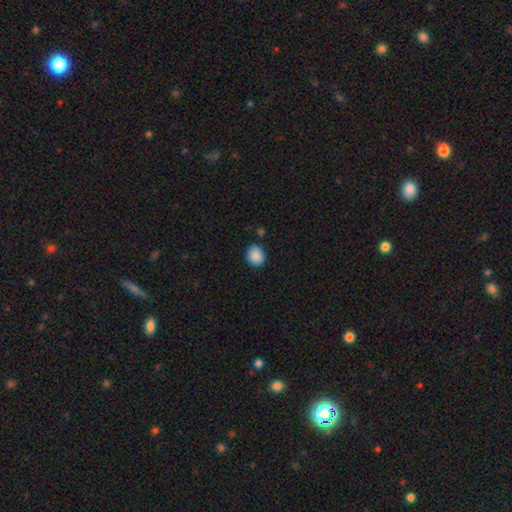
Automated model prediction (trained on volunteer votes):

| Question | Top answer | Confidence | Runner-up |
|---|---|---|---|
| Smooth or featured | smooth | 89% | star or artifact (8%) |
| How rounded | round | 73% | in between (27%) |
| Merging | none | 81% | minor disturbance (13%) |